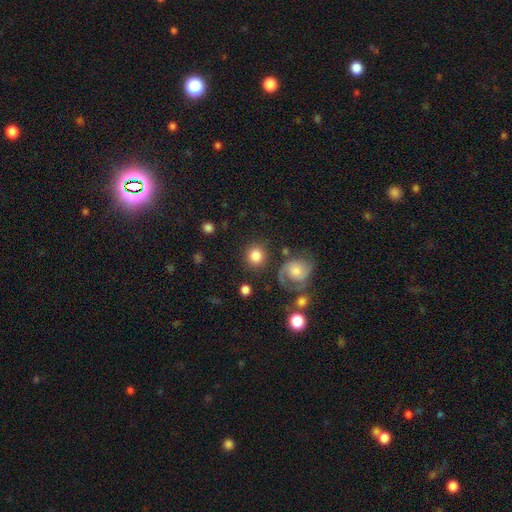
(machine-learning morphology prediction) Overall: smooth (81%). How rounded: round (90%). Merging: none (80%).